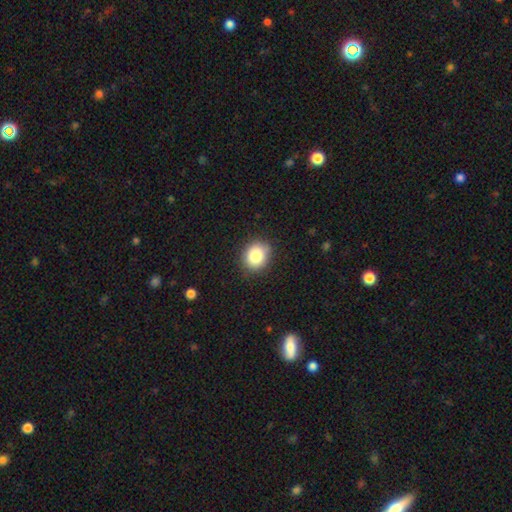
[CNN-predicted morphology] The model was most divided on "how rounded": round: 64%, in between: 35%, cigar-shaped: 1%. More confident: merging — none (84%); smooth or featured — smooth (84%).